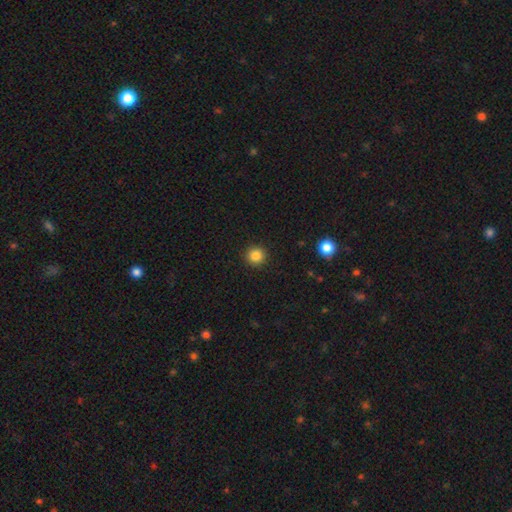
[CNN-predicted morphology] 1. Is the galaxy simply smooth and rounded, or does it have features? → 85% smooth, 11% star or artifact, 4% featured or disk.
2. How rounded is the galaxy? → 95% round, 4% in between, 1% cigar-shaped.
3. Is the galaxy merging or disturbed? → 92% none, 5% minor disturbance, 2% major disturbance, 1% merger.